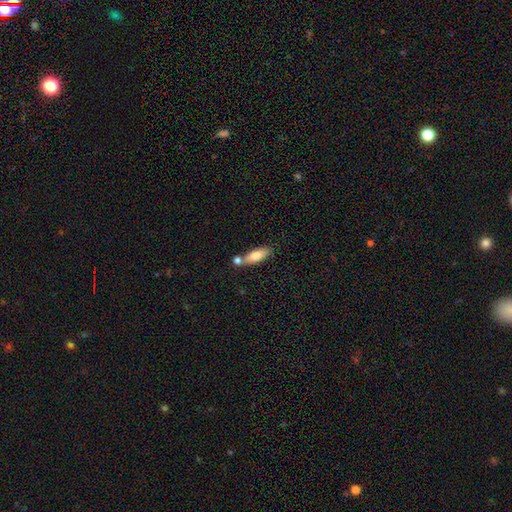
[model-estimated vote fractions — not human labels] Smooth or featured? Predicted: smooth (p=0.74). How rounded? Predicted: in between (p=0.65). Merging? Predicted: none (p=0.55).